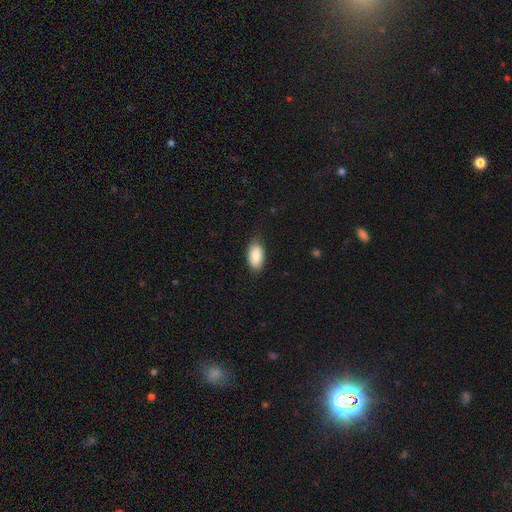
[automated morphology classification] A smooth galaxy with no disk features (87%) that is in between round and cigar-shaped (94%).

Vote fractions:
- Smooth or featured? smooth: 87% / featured or disk: 7% / star or artifact: 6%
- How rounded? in between: 94% / round: 4% / cigar-shaped: 2%
- Merging? none: 82% / minor disturbance: 15% / major disturbance: 3% / merger: 1%